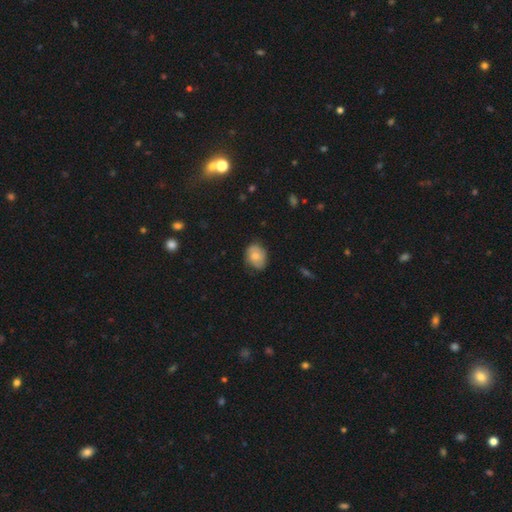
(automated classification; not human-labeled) Q: Smooth or featured?
A: smooth (70%); runner-up: featured or disk (22%)
Q: How rounded?
A: in between (58%); runner-up: round (41%)
Q: Merging?
A: none (68%); runner-up: minor disturbance (26%)